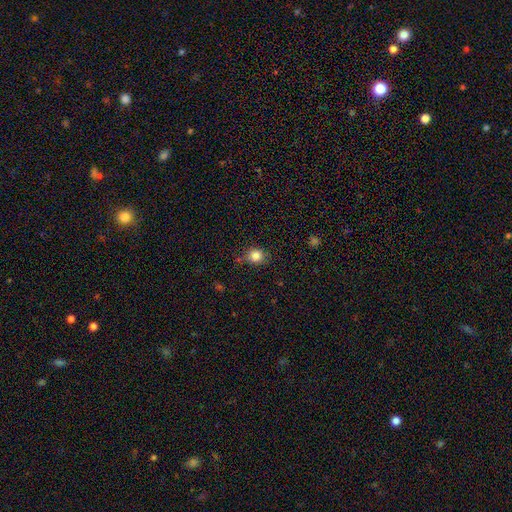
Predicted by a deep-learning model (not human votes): Smooth or featured: smooth — 84% (star or artifact — 11%)
How rounded: round — 78% (in between — 20%)
Merging: none — 72% (minor disturbance — 19%)